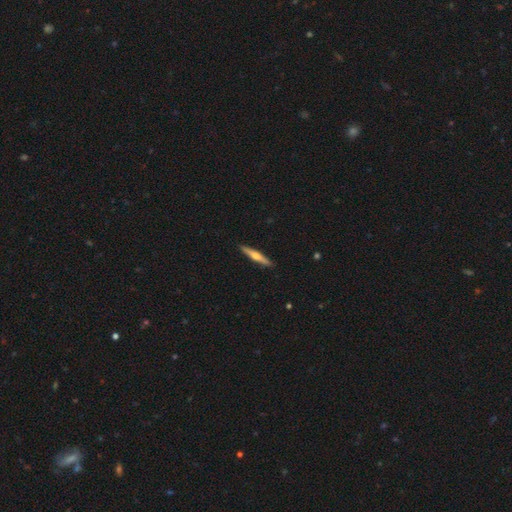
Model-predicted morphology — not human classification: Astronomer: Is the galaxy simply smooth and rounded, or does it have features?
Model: featured or disk — 56% (runner-up: smooth, 39%).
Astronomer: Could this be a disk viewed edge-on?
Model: yes — 97%.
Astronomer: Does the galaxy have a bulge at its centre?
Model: rounded — 87%.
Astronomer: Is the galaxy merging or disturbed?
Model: none — 91%.